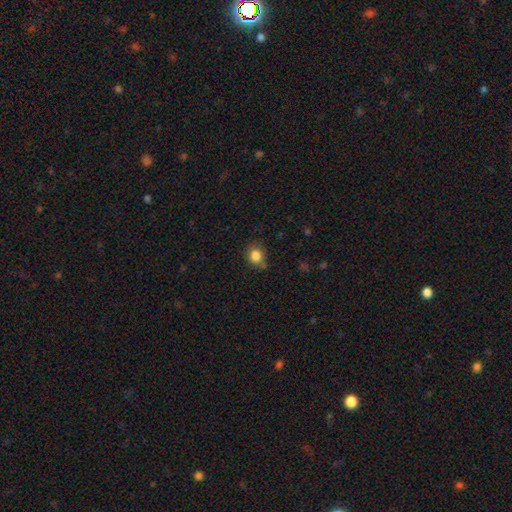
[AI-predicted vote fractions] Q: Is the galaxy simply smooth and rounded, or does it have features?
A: smooth — 84%.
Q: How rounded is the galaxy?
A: round — 80%.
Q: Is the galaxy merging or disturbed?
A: none — 72%.